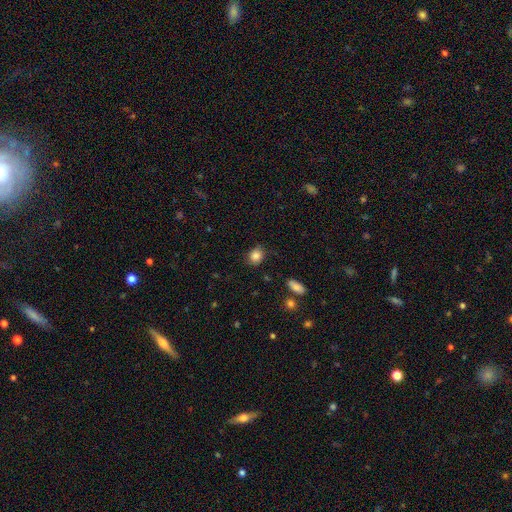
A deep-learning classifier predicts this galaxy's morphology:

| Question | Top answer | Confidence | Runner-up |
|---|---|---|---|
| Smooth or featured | smooth | 85% | star or artifact (9%) |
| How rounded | round | 62% | in between (37%) |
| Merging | none | 82% | minor disturbance (13%) |